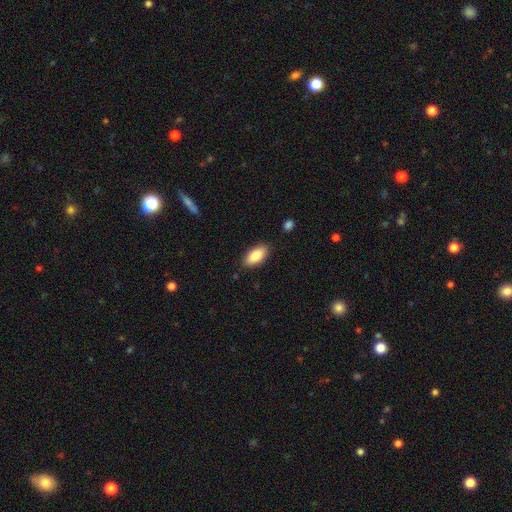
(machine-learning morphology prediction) Q: Smooth or featured?
A: smooth (86%); runner-up: featured or disk (8%)
Q: How rounded?
A: in between (91%); runner-up: cigar-shaped (7%)
Q: Merging?
A: none (86%); runner-up: minor disturbance (10%)